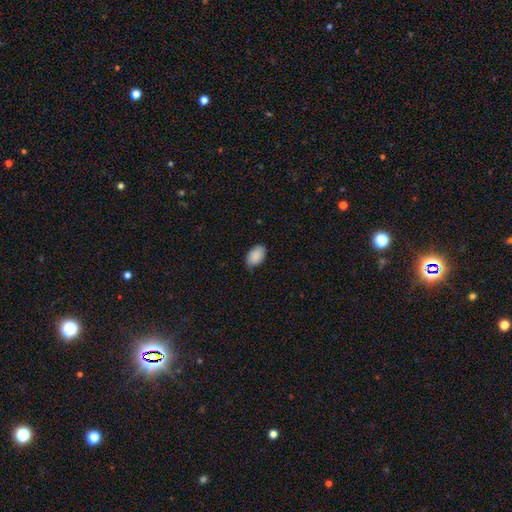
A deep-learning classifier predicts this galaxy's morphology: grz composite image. It shows a smooth galaxy with no disk features (90%) that is in between round and cigar-shaped (92%). Merging: none (79%).